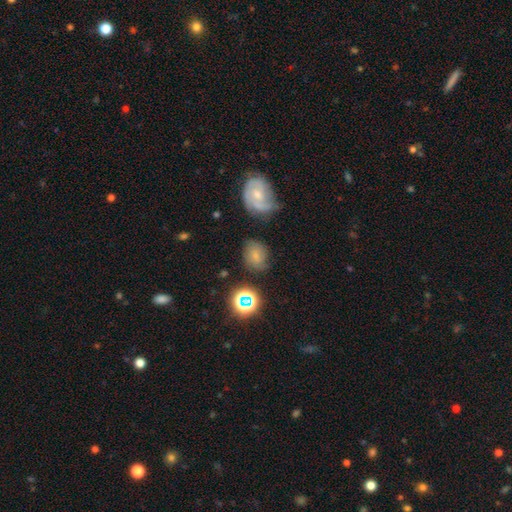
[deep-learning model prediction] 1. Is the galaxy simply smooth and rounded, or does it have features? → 60% smooth, 23% featured or disk, 17% star or artifact.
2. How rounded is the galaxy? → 56% round, 43% in between, 1% cigar-shaped.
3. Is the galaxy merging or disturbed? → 67% none, 20% minor disturbance, 8% major disturbance, 6% merger.